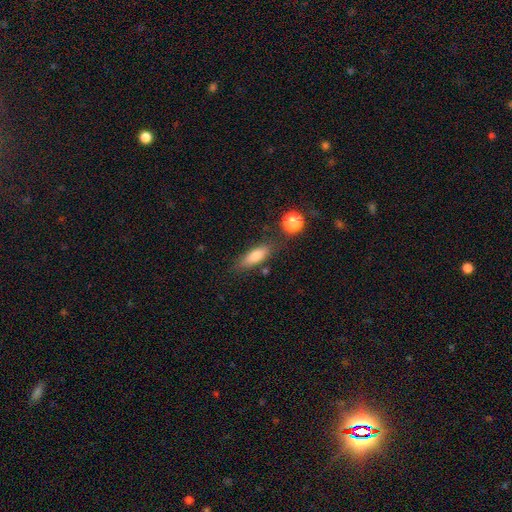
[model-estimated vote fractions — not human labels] smooth_or_featured: smooth (p=0.78) [alt: featured or disk p=0.14]
how_rounded: in between (p=0.56) [alt: cigar-shaped p=0.41]
merging: none (p=0.75) [alt: minor disturbance p=0.15]